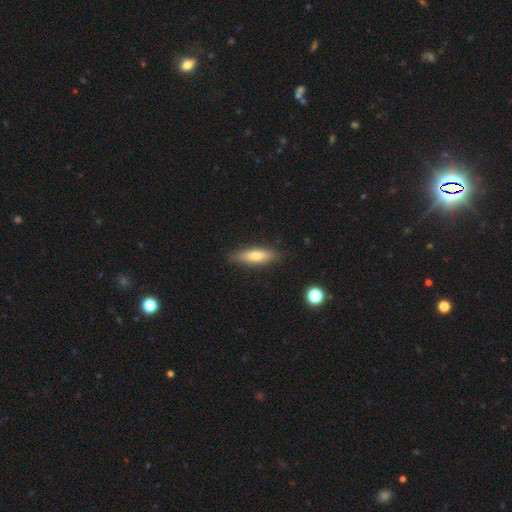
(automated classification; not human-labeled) This appears to be a smooth galaxy with no disk features (65%) that is cigar-shaped (61%). Merging: none (87%).